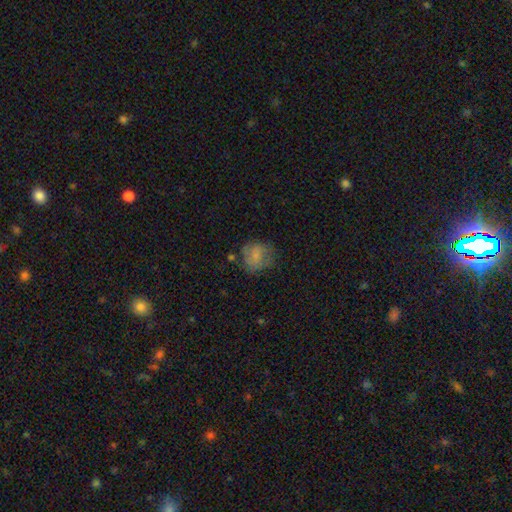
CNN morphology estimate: smooth_or_featured: smooth (p=0.64) [alt: featured or disk p=0.25]
how_rounded: round (p=0.71) [alt: in between p=0.28]
merging: none (p=0.54) [alt: minor disturbance p=0.25]